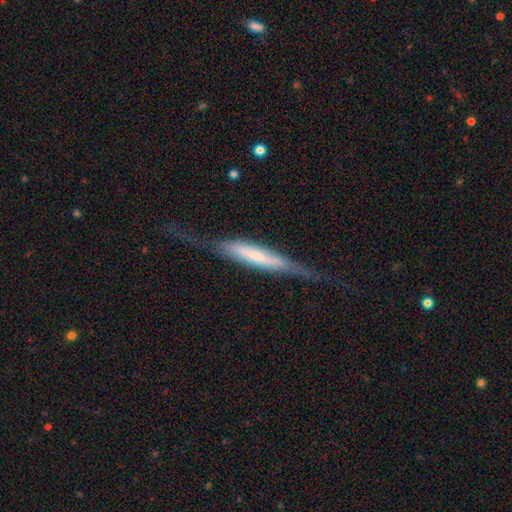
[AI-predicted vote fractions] A featured or disk galaxy (57%) viewed edge-on (82%). Merging: none (55%).